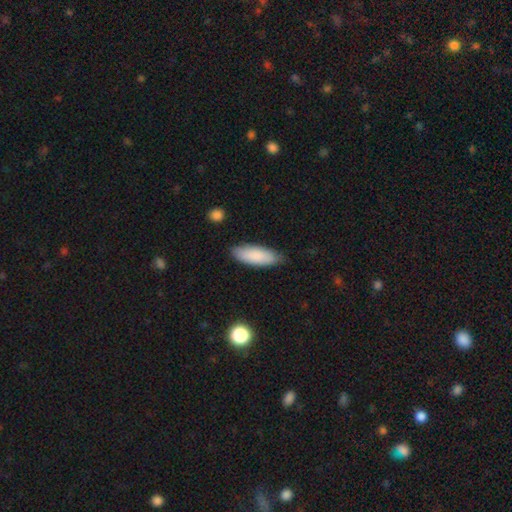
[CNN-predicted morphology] smooth_or_featured: smooth (p=0.86) [alt: featured or disk p=0.08]
how_rounded: in between (p=0.64) [alt: cigar-shaped p=0.34]
merging: none (p=0.83) [alt: minor disturbance p=0.13]